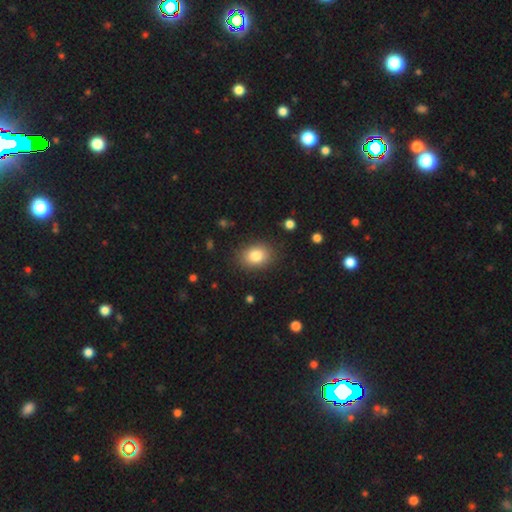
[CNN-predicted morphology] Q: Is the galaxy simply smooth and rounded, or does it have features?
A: smooth — 83%.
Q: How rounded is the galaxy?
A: in between — 67%.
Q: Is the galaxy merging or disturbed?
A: none — 86%.